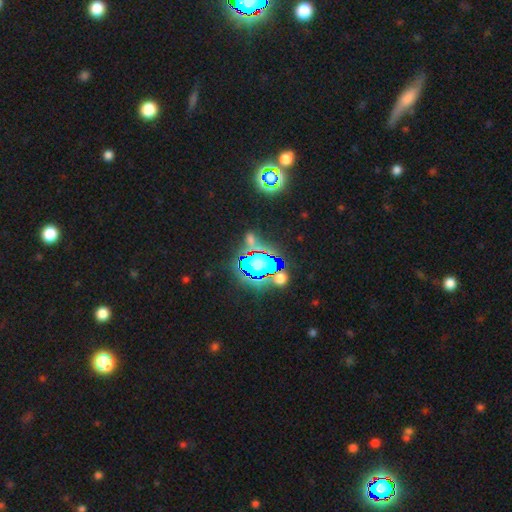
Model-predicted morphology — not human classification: Q: Smooth or featured?
A: star or artifact (79%); runner-up: smooth (13%)